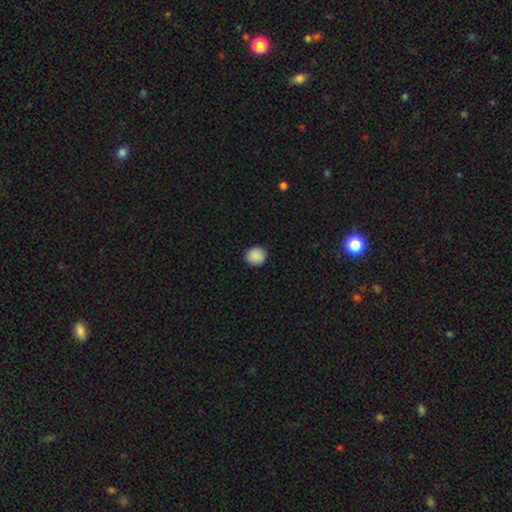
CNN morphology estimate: Smooth or featured? Predicted: smooth (p=0.89). How rounded? Predicted: round (p=0.83). Merging? Predicted: none (p=0.89).